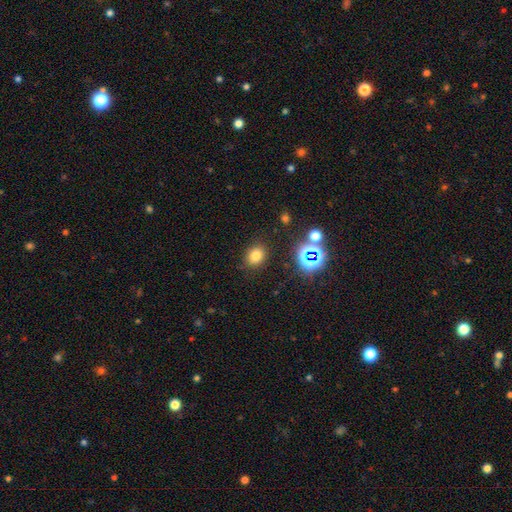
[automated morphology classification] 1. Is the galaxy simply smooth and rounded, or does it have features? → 74% smooth, 19% star or artifact, 7% featured or disk.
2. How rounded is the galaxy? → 59% round, 40% in between, 1% cigar-shaped.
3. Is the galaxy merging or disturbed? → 85% none, 10% minor disturbance, 3% major disturbance, 2% merger.